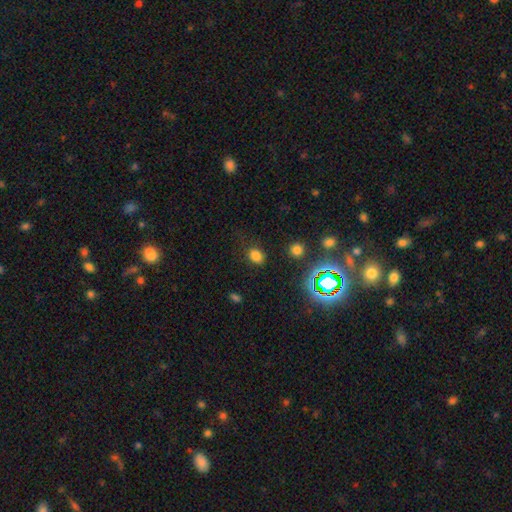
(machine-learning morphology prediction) smooth-or-featured: smooth: 75% | star or artifact: 19% | featured or disk: 6%
  how-rounded: in between: 63% | round: 36% | cigar-shaped: 1%
  merging: none: 78% | minor disturbance: 14% | major disturbance: 5% | merger: 2%